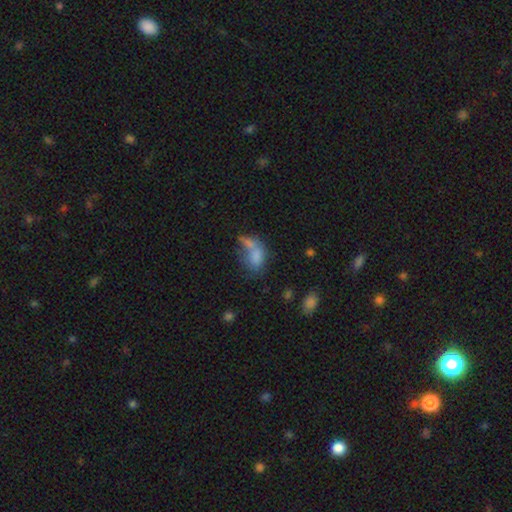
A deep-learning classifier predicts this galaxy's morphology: smooth 74%, featured or disk 16%, star or artifact 11%. Down the decision tree: how rounded — in between (83%); merging — merger (40%).